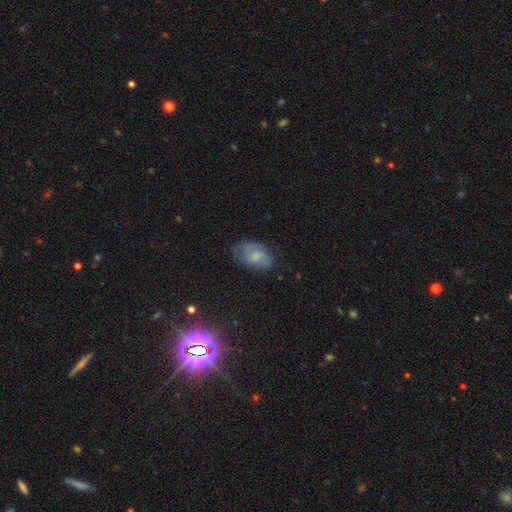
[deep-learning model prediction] Smooth or featured?
  - smooth: 50% *
  - featured or disk: 41%
  - star or artifact: 9%
How rounded?
  - in between: 90% *
  - round: 8%
  - cigar-shaped: 2%
Merging?
  - none: 65% *
  - minor disturbance: 25%
  - major disturbance: 9%
  - merger: 2%